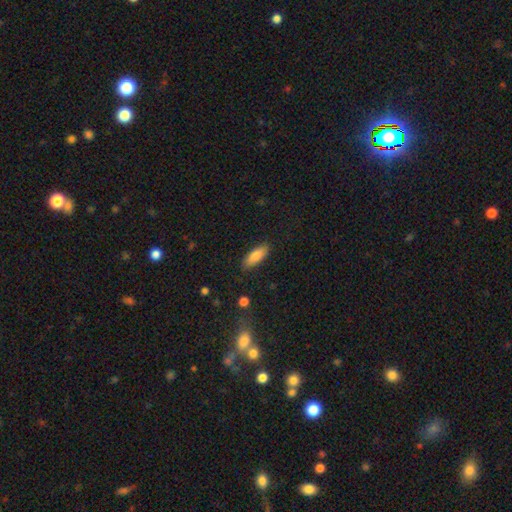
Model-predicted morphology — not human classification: type=smooth (82%); roundness=in between (72%); merging=none (84%).